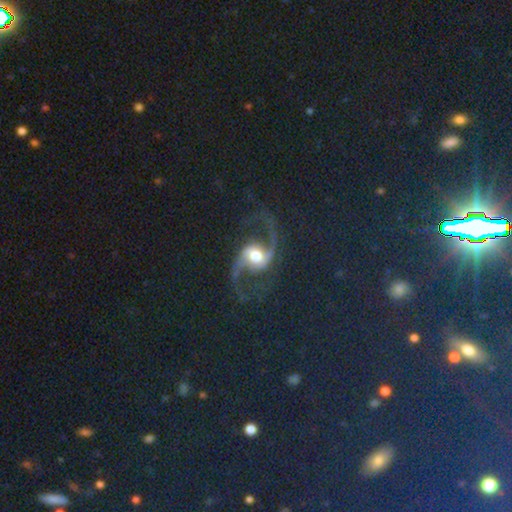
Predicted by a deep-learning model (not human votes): featured or disk 90%, star or artifact 6%, smooth 4%. Down the decision tree: edge-on disk — no (98%); bar — no (44%); spiral arms — yes (98%); spiral arm count — 2 (95%); spiral winding — loose (66%); bulge size — moderate (64%); merging — none (77%).